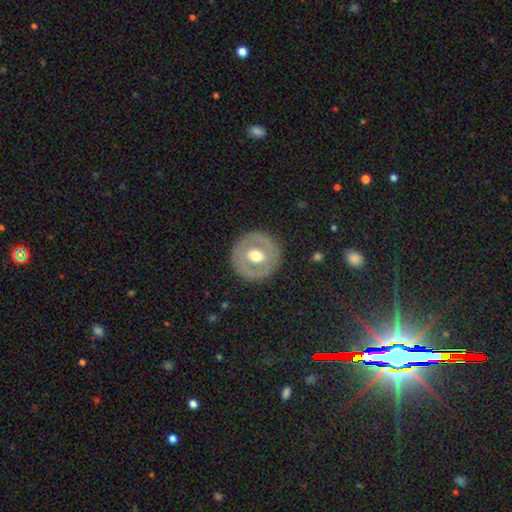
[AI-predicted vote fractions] Smooth or featured?
  - featured or disk: 57% *
  - smooth: 37%
  - star or artifact: 5%
Edge-on disk?
  - no: 95% *
  - yes: 5%
Bar?
  - no: 57% *
  - weak: 30%
  - strong: 13%
Spiral arms?
  - no: 79% *
  - yes: 21%
Bulge size?
  - moderate: 75% *
  - large: 14%
  - small: 8%
  - dominant: 1%
  - none: 1%
Merging?
  - none: 87% *
  - minor disturbance: 8%
  - major disturbance: 3%
  - merger: 1%